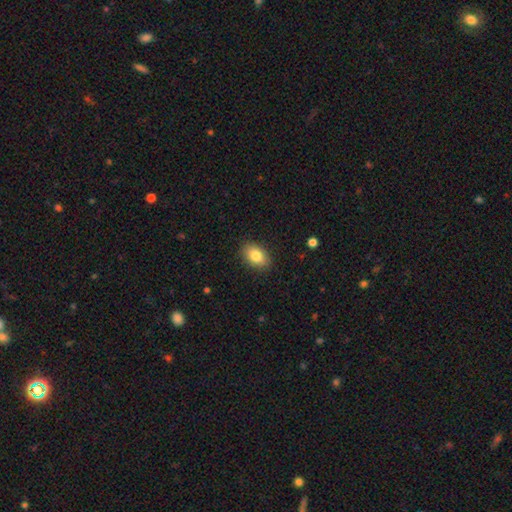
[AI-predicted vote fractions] The model was most divided on "how rounded": in between: 85%, round: 13%, cigar-shaped: 2%. More confident: merging — none (88%); smooth or featured — smooth (83%).